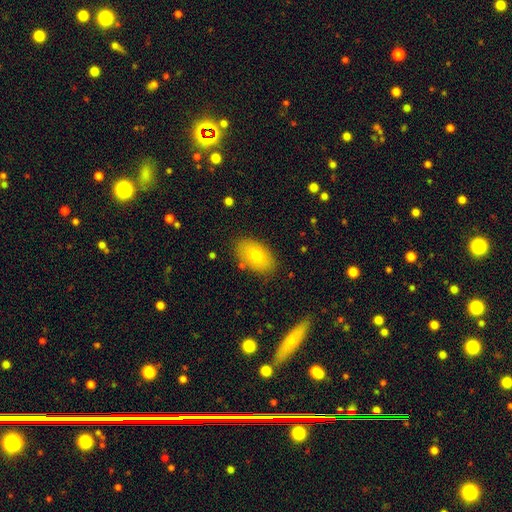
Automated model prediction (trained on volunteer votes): The model was most divided on "smooth or featured": smooth: 77%, featured or disk: 16%, star or artifact: 8%. More confident: how rounded — in between (91%); merging — none (84%).